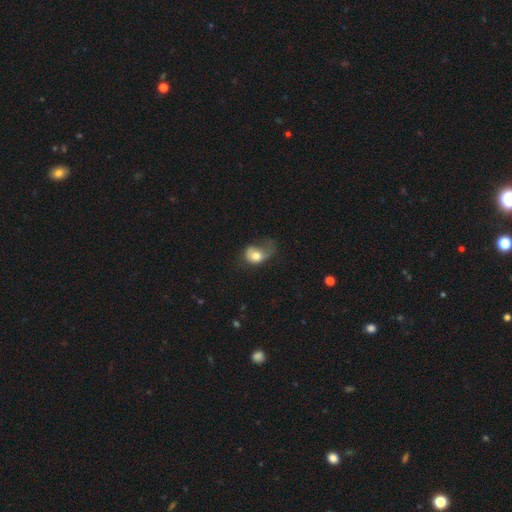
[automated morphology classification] This is likely a smooth galaxy (67%). How rounded: likely in between (61%). Merging: possibly major disturbance (56%).